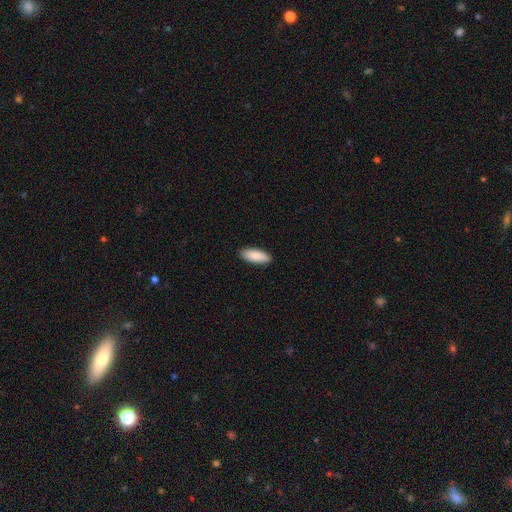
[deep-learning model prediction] The model was most divided on "how rounded": in between: 78%, cigar-shaped: 20%, round: 2%. More confident: merging — none (90%); smooth or featured — smooth (90%).